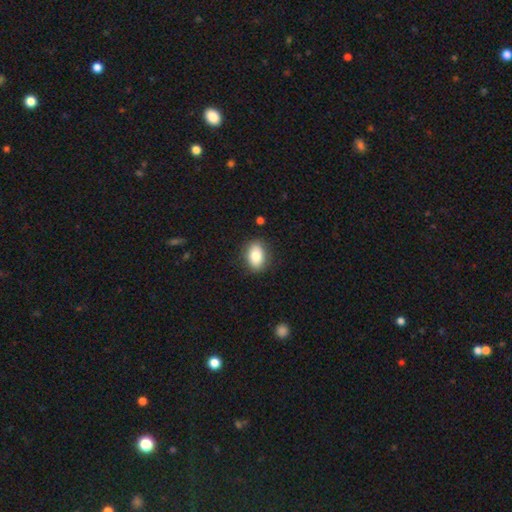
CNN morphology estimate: A smooth galaxy with no disk features (80%) that is in between round and cigar-shaped (81%).

Vote fractions:
- Smooth or featured? smooth: 80% / featured or disk: 12% / star or artifact: 8%
- How rounded? in between: 81% / round: 18% / cigar-shaped: 2%
- Merging? none: 86% / minor disturbance: 10% / major disturbance: 3% / merger: 1%